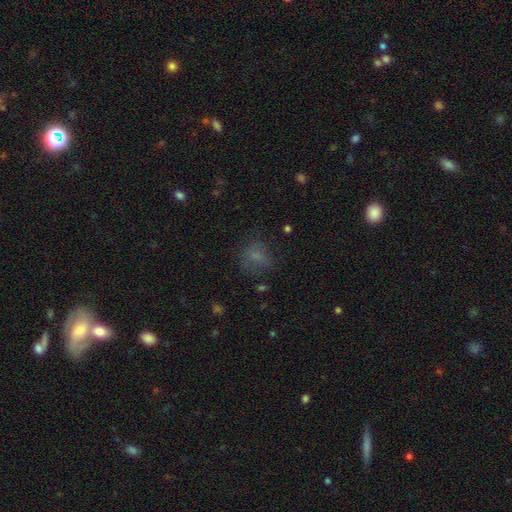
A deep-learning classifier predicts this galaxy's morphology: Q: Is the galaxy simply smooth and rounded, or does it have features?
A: smooth — 66%.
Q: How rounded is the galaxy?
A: round — 59%.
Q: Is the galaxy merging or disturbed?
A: none — 59%.